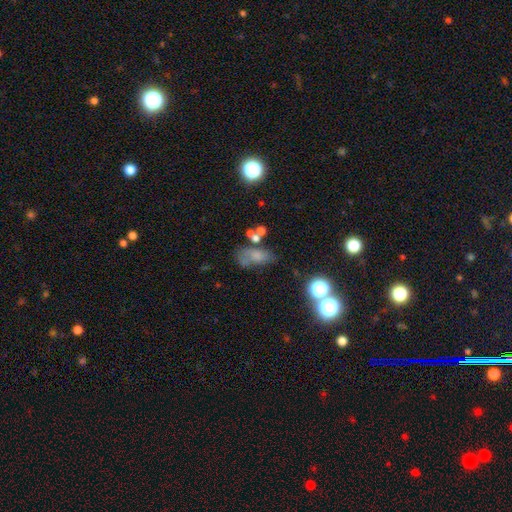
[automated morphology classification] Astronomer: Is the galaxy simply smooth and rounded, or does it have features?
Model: smooth — 60%.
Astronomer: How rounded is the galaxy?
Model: in between — 81%.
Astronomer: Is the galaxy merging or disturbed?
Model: none — 40% (runner-up: minor disturbance, 25%).